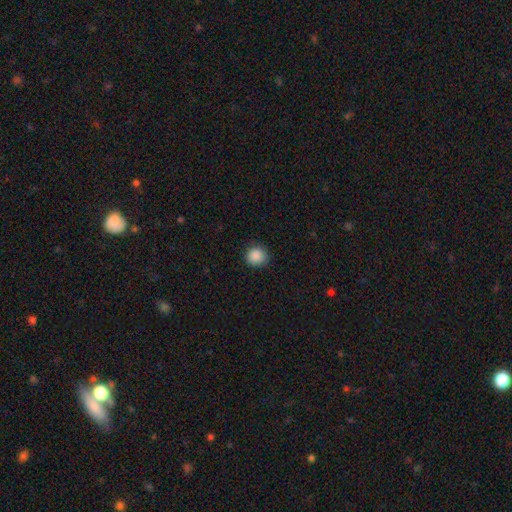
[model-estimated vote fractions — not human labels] The model was most divided on "merging": none: 85%, minor disturbance: 12%, major disturbance: 3%, merger: 1%. More confident: smooth or featured — smooth (88%); how rounded — round (88%).